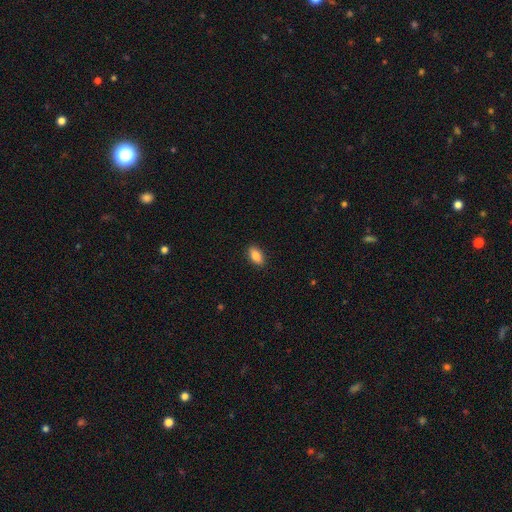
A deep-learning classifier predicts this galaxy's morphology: A smooth galaxy with no disk features (86%) that is in between round and cigar-shaped (90%).

Vote fractions:
- Smooth or featured? smooth: 86% / star or artifact: 7% / featured or disk: 7%
- How rounded? in between: 90% / round: 5% / cigar-shaped: 4%
- Merging? none: 89% / minor disturbance: 8% / major disturbance: 2% / merger: 1%